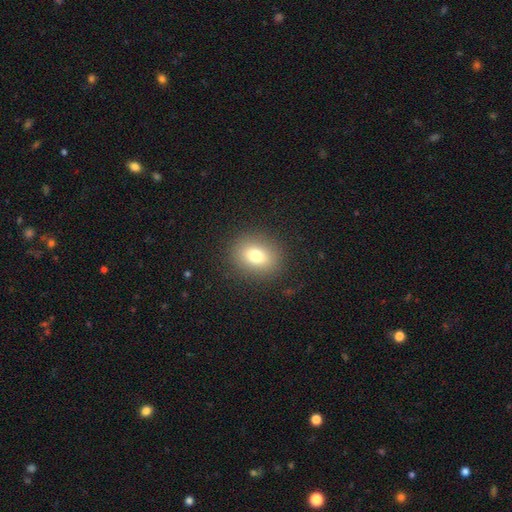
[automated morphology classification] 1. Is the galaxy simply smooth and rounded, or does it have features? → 78% smooth, 12% star or artifact, 10% featured or disk.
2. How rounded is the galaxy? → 49% round (tied), 49% in between (tied), 1% cigar-shaped.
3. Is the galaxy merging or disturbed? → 88% none, 8% minor disturbance, 3% major disturbance, 1% merger.